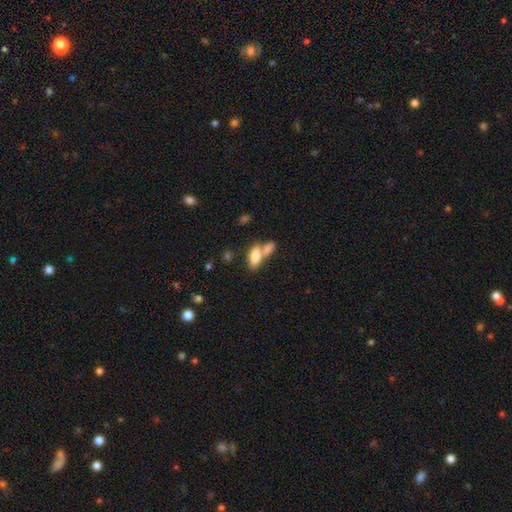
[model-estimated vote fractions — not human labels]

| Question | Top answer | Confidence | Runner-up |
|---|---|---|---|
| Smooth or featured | smooth | 78% | featured or disk (15%) |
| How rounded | in between | 80% | cigar-shaped (17%) |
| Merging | merger | 52% | none (34%) |